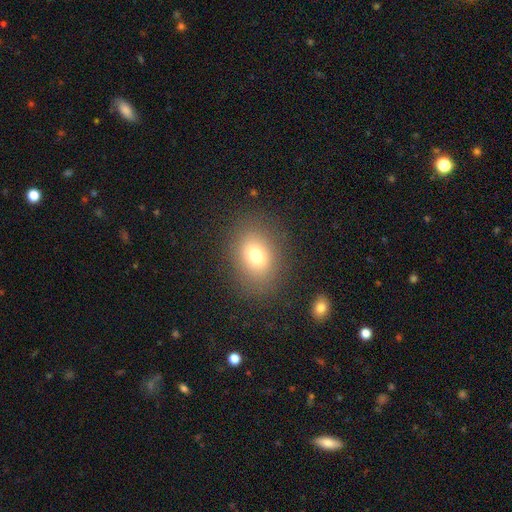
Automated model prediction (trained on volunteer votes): Smooth or featured? Predicted: smooth (p=0.75). How rounded? Predicted: in between (p=0.66). Merging? Predicted: none (p=0.84).